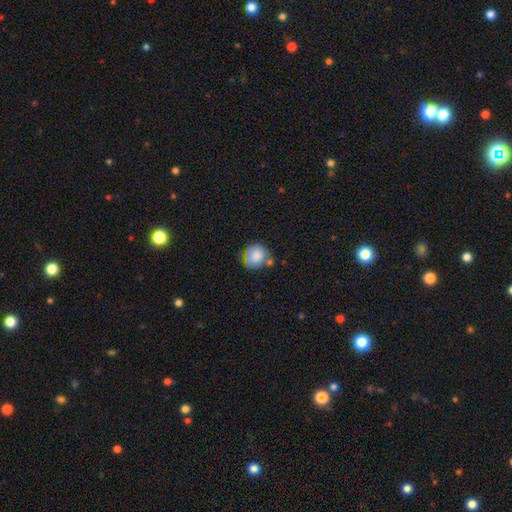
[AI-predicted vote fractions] Morphology: type=smooth (81%); roundness=round (82%); merging=none (54%).